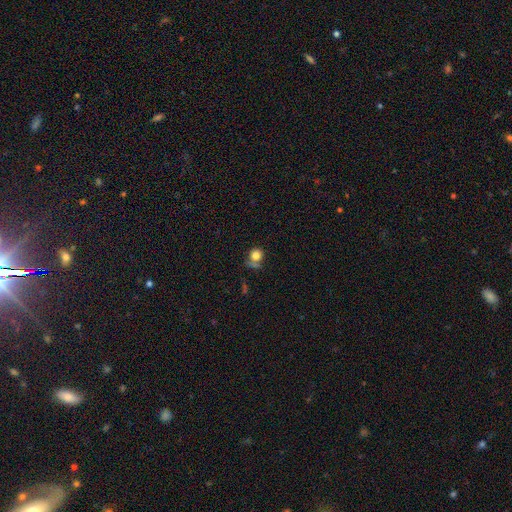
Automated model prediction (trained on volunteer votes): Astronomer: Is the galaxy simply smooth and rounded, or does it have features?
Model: smooth — 78%.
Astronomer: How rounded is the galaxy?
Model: round — 81%.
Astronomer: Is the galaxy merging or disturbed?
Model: none — 54%.